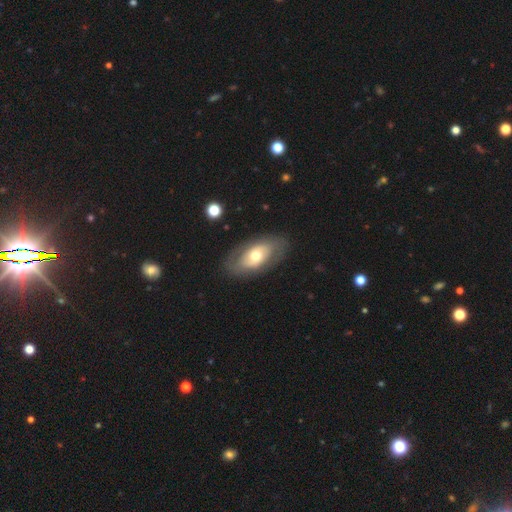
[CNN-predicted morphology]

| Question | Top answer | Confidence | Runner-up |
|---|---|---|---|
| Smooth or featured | featured or disk | 49% | smooth (45%) |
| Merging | none | 80% | minor disturbance (13%) |